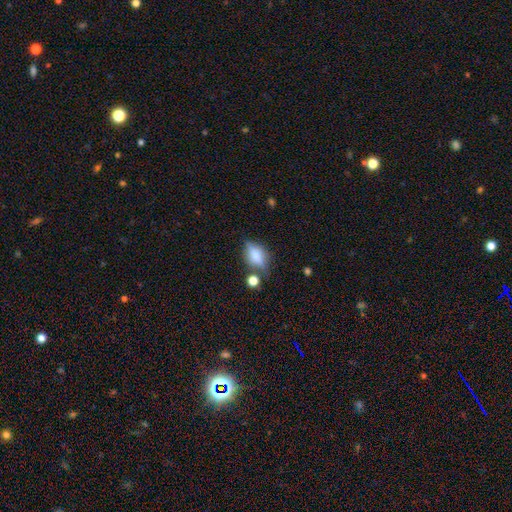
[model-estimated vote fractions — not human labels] Smooth or featured?
  - smooth: 59% *
  - featured or disk: 30%
  - star or artifact: 11%
How rounded?
  - in between: 73% *
  - round: 16%
  - cigar-shaped: 11%
Merging?
  - none: 61% *
  - minor disturbance: 22%
  - merger: 9%
  - major disturbance: 9%